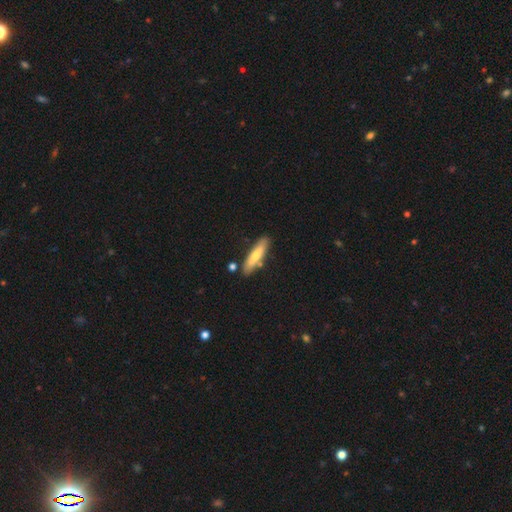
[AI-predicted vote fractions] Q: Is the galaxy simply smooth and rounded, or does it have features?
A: smooth — 65%.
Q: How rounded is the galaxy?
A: cigar-shaped — 78%.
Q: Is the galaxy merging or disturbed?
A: none — 80%.